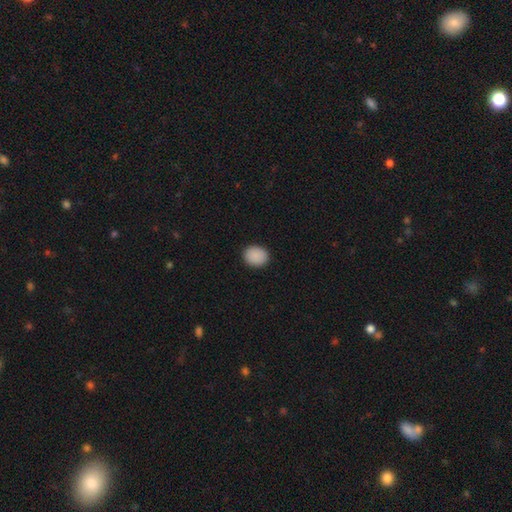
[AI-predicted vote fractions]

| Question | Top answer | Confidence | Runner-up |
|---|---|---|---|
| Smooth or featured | smooth | 90% | star or artifact (8%) |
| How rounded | round | 60% | in between (39%) |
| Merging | none | 91% | minor disturbance (7%) |